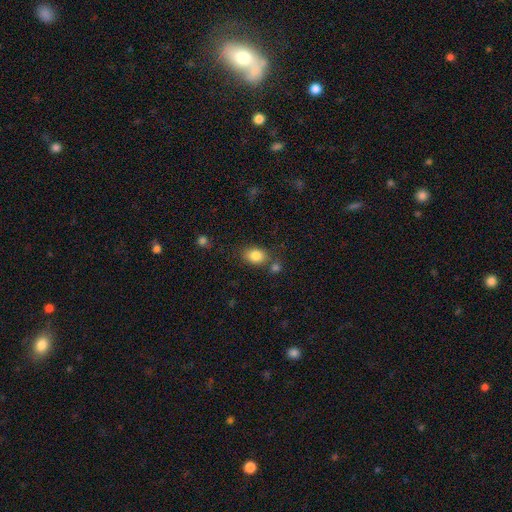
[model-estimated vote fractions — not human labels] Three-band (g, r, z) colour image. It shows a smooth galaxy with no disk features (84%) that is in between round and cigar-shaped (64%). Merging: none (69%).